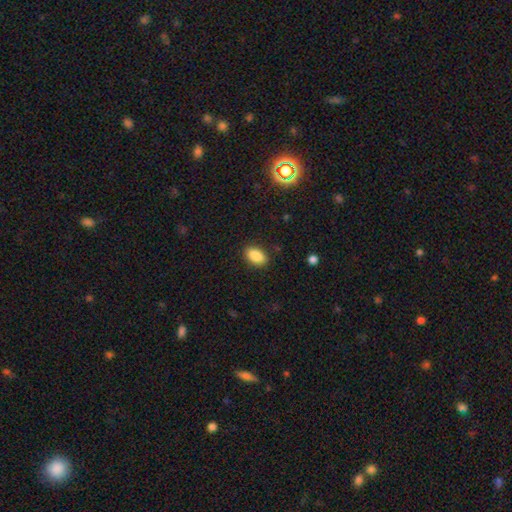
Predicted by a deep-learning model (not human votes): This appears to be a smooth galaxy with no disk features (88%) that is in between round and cigar-shaped (91%). Merging: none (87%).